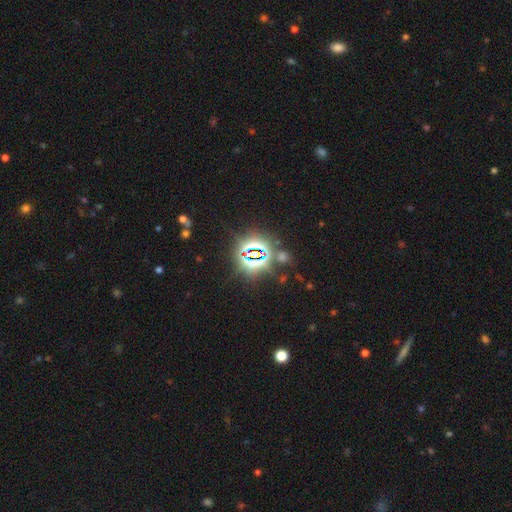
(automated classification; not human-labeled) This appears to be a star or artifact, not a galaxy (83%).